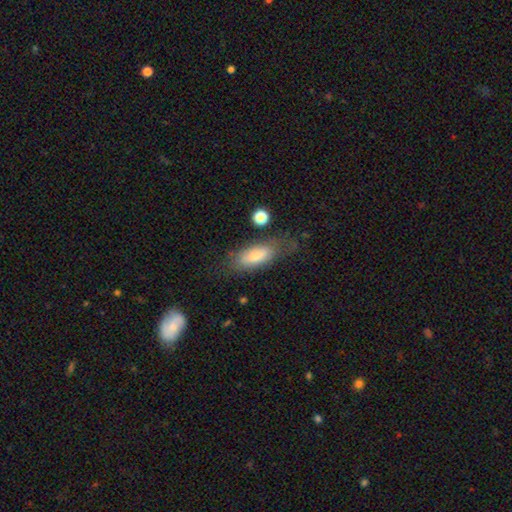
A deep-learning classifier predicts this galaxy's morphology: Smooth or featured?
  - smooth: 75% *
  - featured or disk: 18%
  - star or artifact: 7%
How rounded?
  - in between: 77% *
  - cigar-shaped: 20%
  - round: 3%
Merging?
  - none: 57% *
  - minor disturbance: 24%
  - major disturbance: 14%
  - merger: 4%